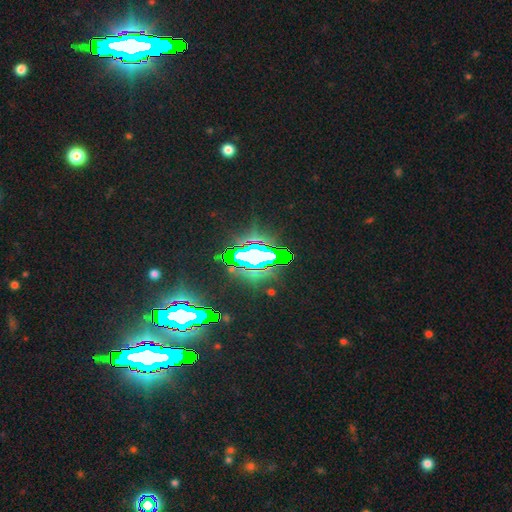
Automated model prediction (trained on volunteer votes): Smooth or featured? Predicted: star or artifact (p=0.71).